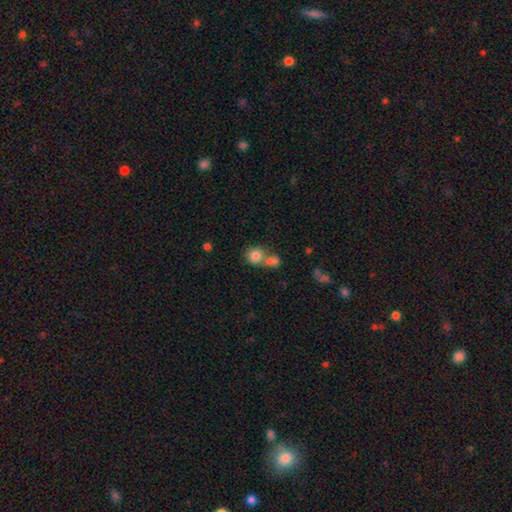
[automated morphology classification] Smooth or featured: smooth — 80% (star or artifact — 10%)
How rounded: round — 79% (in between — 20%)
Merging: merger — 45% (none — 42%)